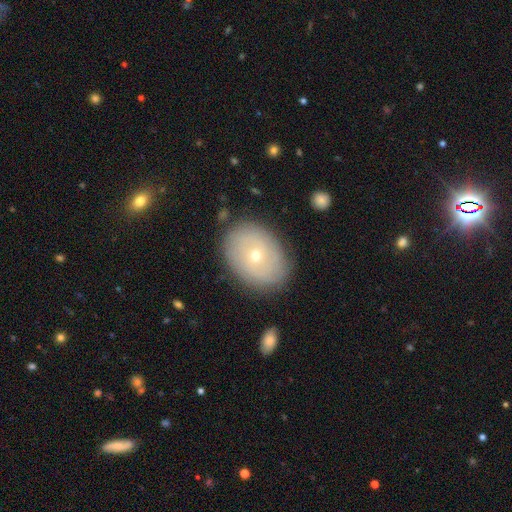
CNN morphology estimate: type=featured or disk (52%); edge-on=no (94%); merging=none (83%).